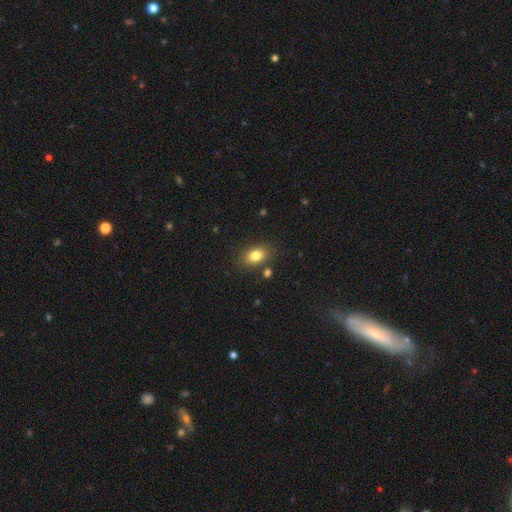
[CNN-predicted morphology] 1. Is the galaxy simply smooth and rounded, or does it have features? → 81% smooth, 10% star or artifact, 9% featured or disk.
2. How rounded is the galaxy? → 80% in between, 18% round, 2% cigar-shaped.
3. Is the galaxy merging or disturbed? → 80% none, 12% minor disturbance, 5% merger, 3% major disturbance.